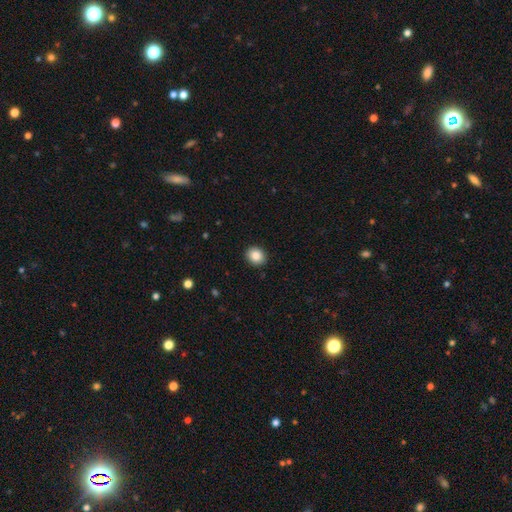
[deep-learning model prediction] Q: Smooth or featured?
A: smooth (86%); runner-up: star or artifact (9%)
Q: How rounded?
A: round (69%); runner-up: in between (30%)
Q: Merging?
A: none (91%); runner-up: minor disturbance (6%)